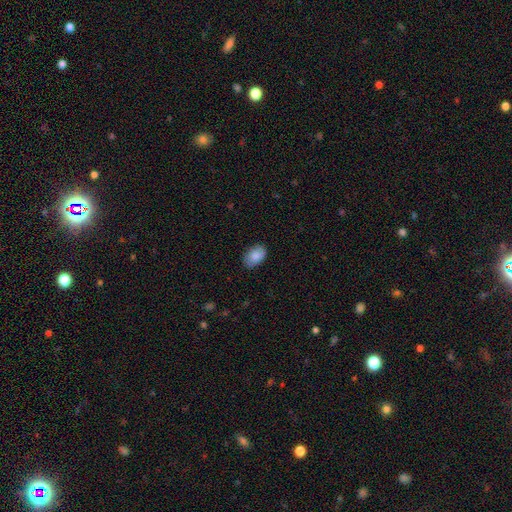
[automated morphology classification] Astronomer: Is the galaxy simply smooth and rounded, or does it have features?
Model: smooth — 86%.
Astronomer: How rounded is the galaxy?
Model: in between — 89%.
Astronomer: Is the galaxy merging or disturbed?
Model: none — 83%.